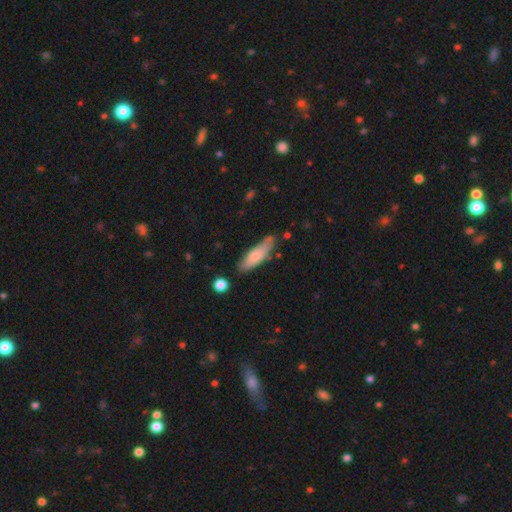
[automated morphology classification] Q: Smooth or featured?
A: smooth (75%); runner-up: featured or disk (19%)
Q: How rounded?
A: cigar-shaped (61%); runner-up: in between (38%)
Q: Merging?
A: none (70%); runner-up: minor disturbance (21%)